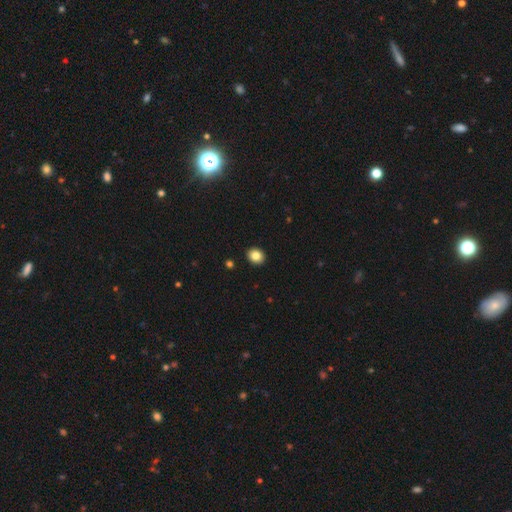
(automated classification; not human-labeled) Smooth or featured: smooth — 85% (star or artifact — 9%)
How rounded: round — 69% (in between — 30%)
Merging: none — 93% (minor disturbance — 5%)